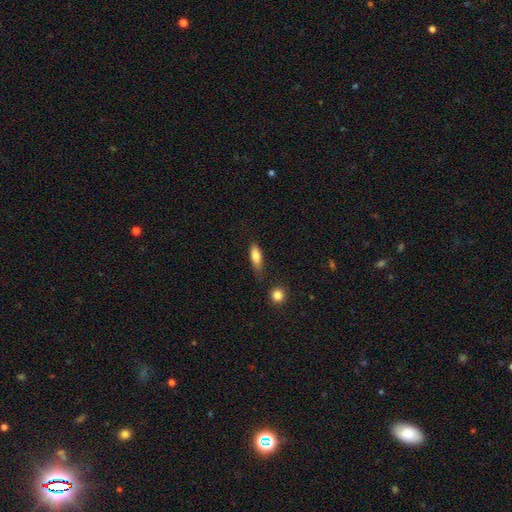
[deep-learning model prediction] Smooth or featured?
  - smooth: 79% *
  - featured or disk: 14%
  - star or artifact: 8%
How rounded?
  - in between: 66% *
  - cigar-shaped: 31%
  - round: 4%
Merging?
  - none: 57% *
  - minor disturbance: 29%
  - major disturbance: 9%
  - merger: 5%